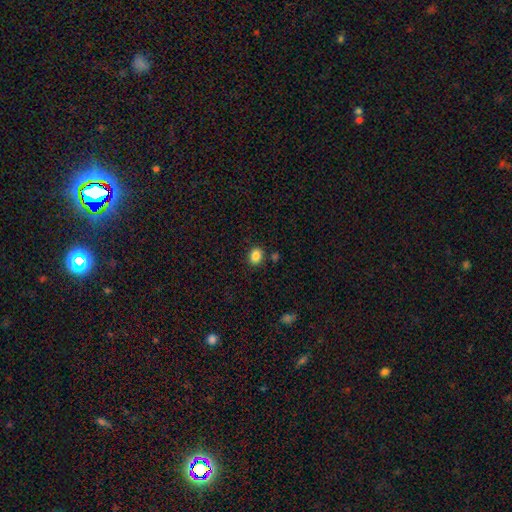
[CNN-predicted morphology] type=smooth (86%); roundness=round (52%); merging=none (84%).